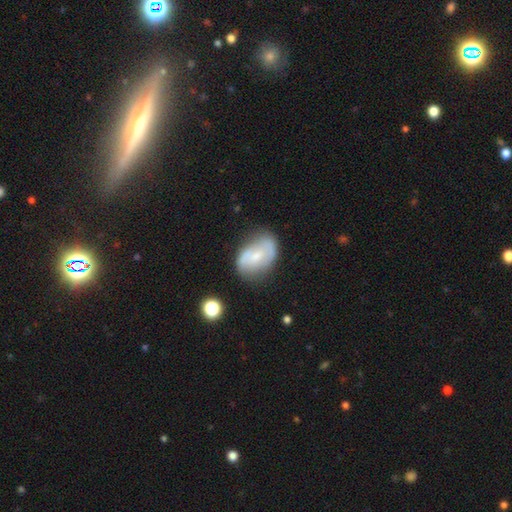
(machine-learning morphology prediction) type=featured or disk (50%); edge-on=no (95%); merging=none (58%).